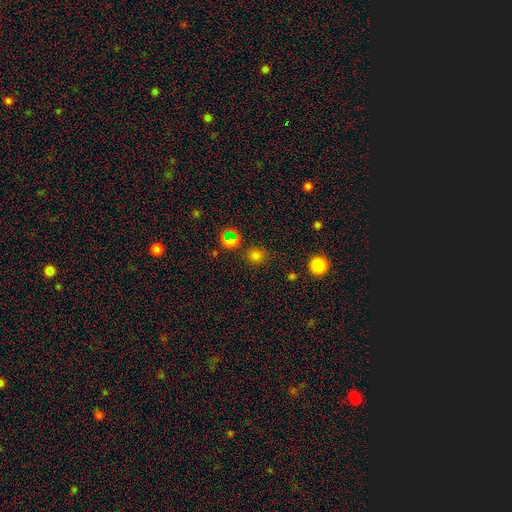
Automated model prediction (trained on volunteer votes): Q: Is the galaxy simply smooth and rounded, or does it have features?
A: smooth — 72%.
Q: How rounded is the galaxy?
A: round — 86%.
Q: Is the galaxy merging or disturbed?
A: none — 81%.